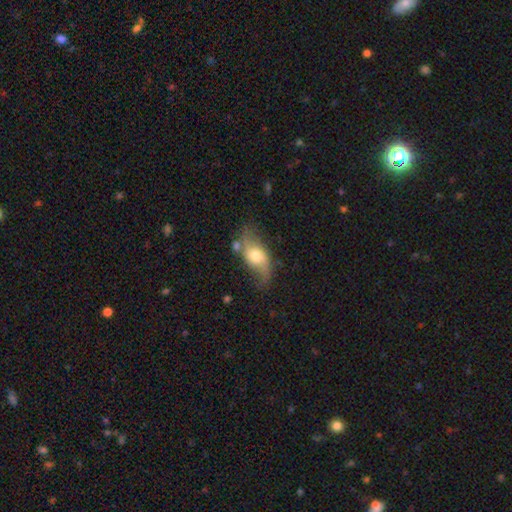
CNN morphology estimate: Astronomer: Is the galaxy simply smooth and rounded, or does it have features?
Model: featured or disk — 55% (runner-up: smooth, 37%).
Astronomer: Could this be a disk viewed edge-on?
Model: no — 86%.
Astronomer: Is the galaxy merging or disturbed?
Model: none — 56%.